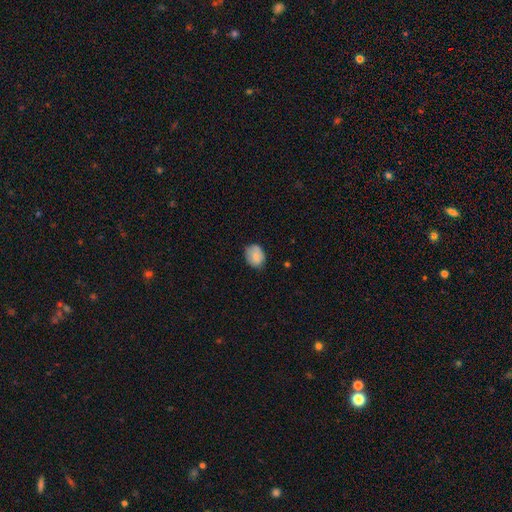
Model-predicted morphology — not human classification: This is clearly a smooth galaxy (83%). How rounded: possibly in between (52%). Merging: likely none (74%).